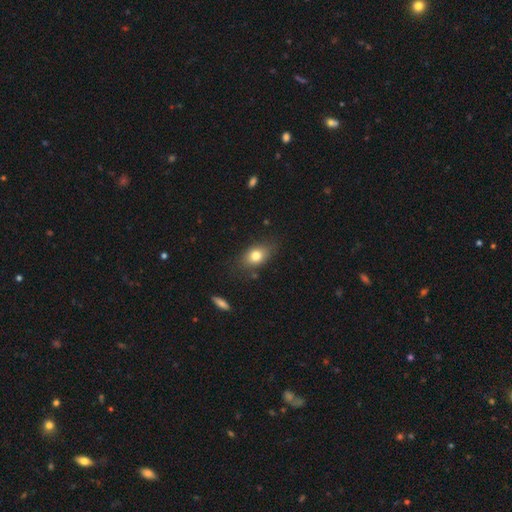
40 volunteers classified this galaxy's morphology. smooth_or_featured: smooth (p=0.78) [alt: star or artifact p=0.12]
how_rounded: in between (p=0.77) [alt: round p=0.23]
merging: none (p=0.83) [alt: minor disturbance p=0.14]